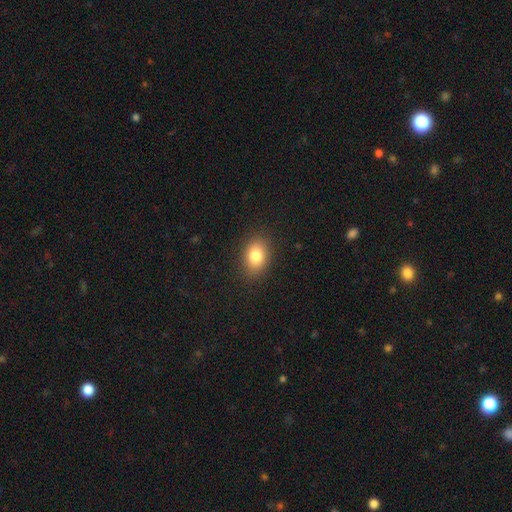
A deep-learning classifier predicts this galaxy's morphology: This appears to be a smooth galaxy with no disk features (81%) that is in between round and cigar-shaped (72%). Merging: none (87%).